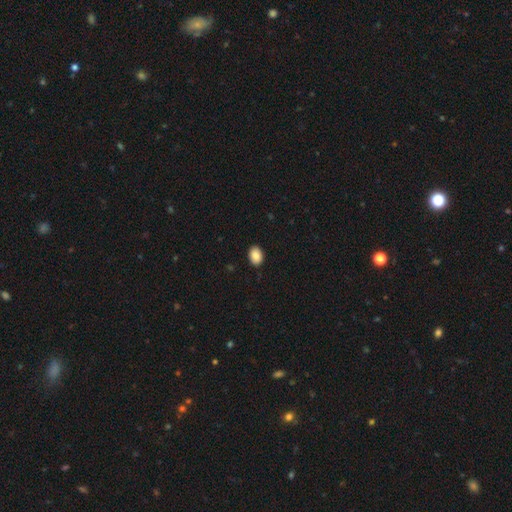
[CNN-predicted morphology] A smooth galaxy with no disk features (89%) that is in between round and cigar-shaped (76%). Merging: none (89%).